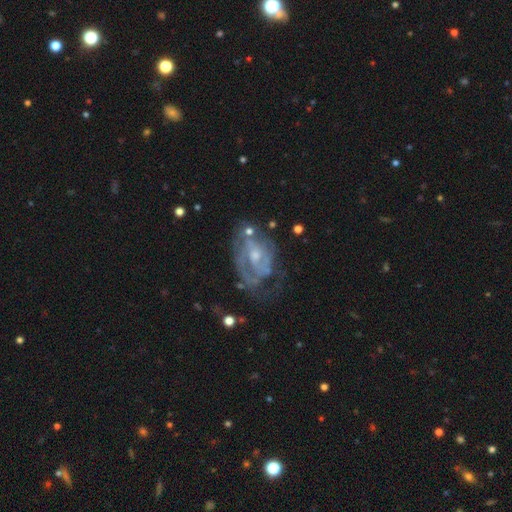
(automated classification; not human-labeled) featured or disk 81%, smooth 12%, star or artifact 7%. Down the decision tree: edge-on disk — no (96%); bar — no (57%); spiral arms — yes (81%); spiral arm count — 2 (38%); spiral winding — tight (51%); bulge size — small (49%); merging — none (49%).